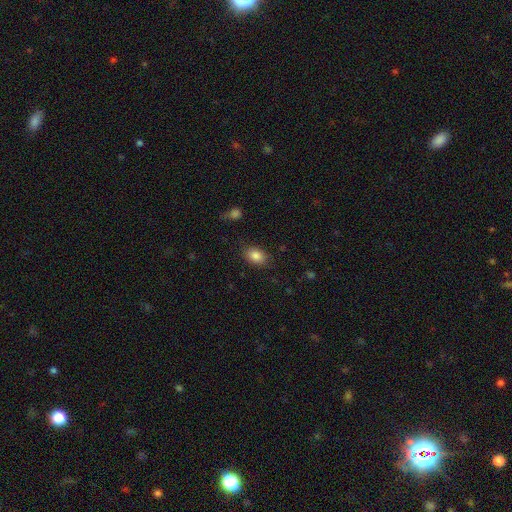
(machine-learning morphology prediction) Smooth or featured?
  - smooth: 85% *
  - star or artifact: 9%
  - featured or disk: 6%
How rounded?
  - in between: 78% *
  - round: 21%
  - cigar-shaped: 1%
Merging?
  - none: 82% *
  - minor disturbance: 13%
  - major disturbance: 4%
  - merger: 2%